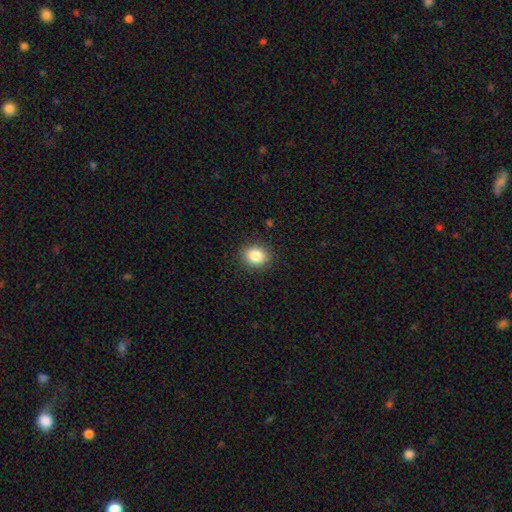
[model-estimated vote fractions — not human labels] smooth 84%, star or artifact 10%, featured or disk 6%. Down the decision tree: how rounded — round (58%); merging — none (89%).